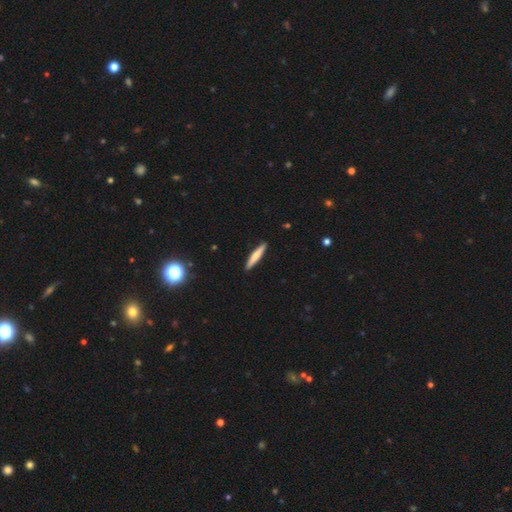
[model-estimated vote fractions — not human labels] smooth-or-featured: smooth: 60% | featured or disk: 34% | star or artifact: 6%
  how-rounded: cigar-shaped: 91% | in between: 7% | round: 1%
  merging: none: 91% | minor disturbance: 6% | major disturbance: 1% | merger: 1%